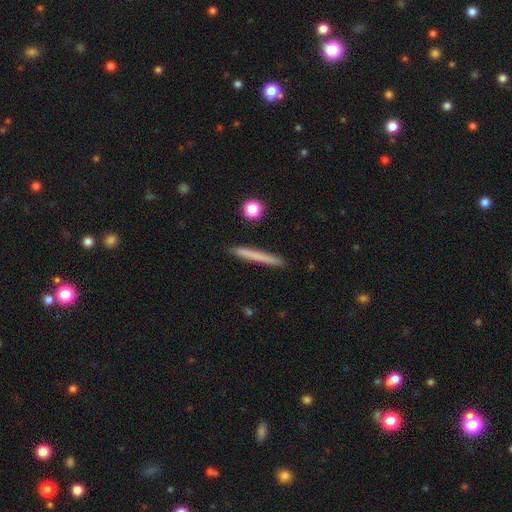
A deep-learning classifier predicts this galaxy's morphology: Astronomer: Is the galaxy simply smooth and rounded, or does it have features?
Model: smooth — 68%.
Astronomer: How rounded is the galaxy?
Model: cigar-shaped — 97%.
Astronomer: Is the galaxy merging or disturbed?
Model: none — 91%.